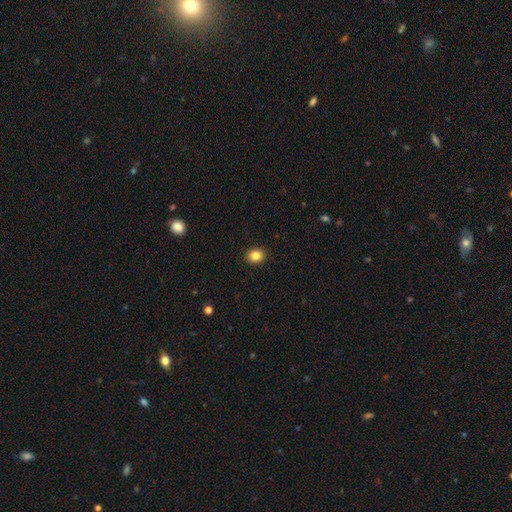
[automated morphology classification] This appears to be a smooth galaxy with no disk features (85%) that is round (69%). Merging: none (92%).